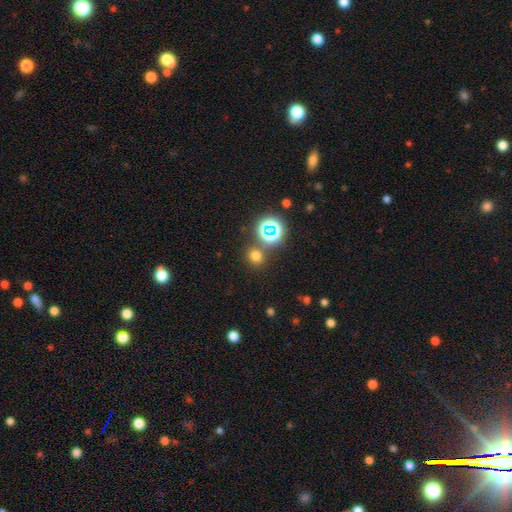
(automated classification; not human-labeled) A smooth galaxy with no disk features (66%) that is round (80%). Merging: none (79%).